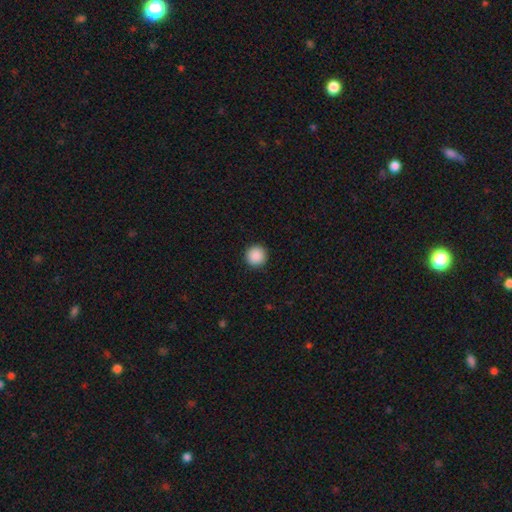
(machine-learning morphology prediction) smooth_or_featured: smooth (p=0.90) [alt: star or artifact p=0.08]
how_rounded: round (p=0.96) [alt: in between p=0.03]
merging: none (p=0.93) [alt: minor disturbance p=0.04]